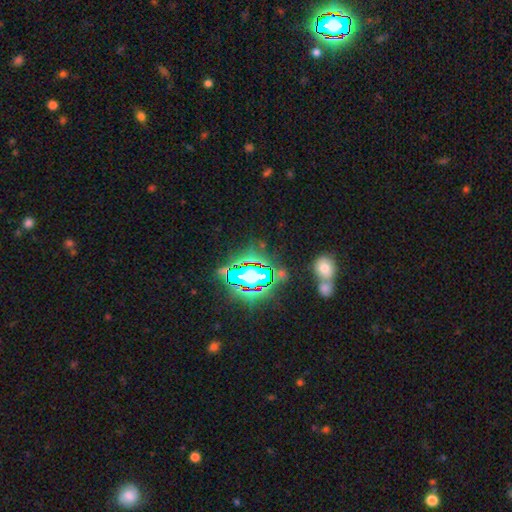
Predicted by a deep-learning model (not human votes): This appears to be a star or artifact, not a galaxy (78%).